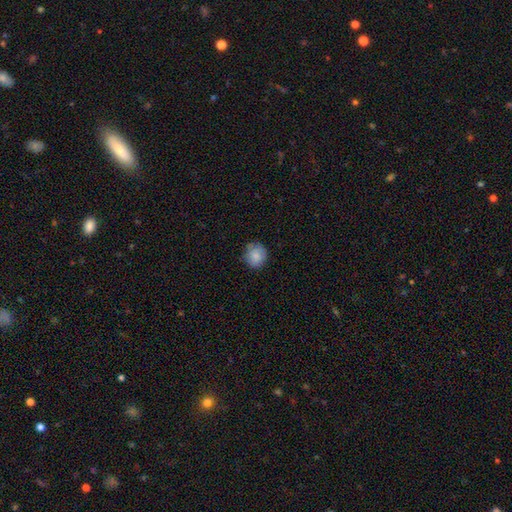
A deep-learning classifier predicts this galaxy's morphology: Smooth or featured? Predicted: smooth (p=0.83). How rounded? Predicted: round (p=0.84). Merging? Predicted: none (p=0.76).